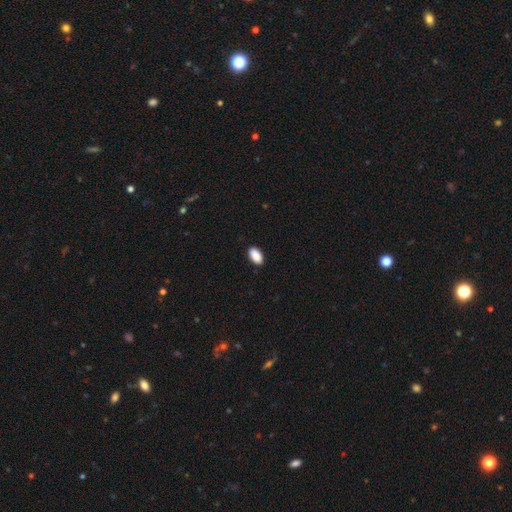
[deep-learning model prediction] smooth_or_featured: smooth (p=0.90) [alt: star or artifact p=0.07]
how_rounded: in between (p=0.94) [alt: round p=0.03]
merging: none (p=0.89) [alt: minor disturbance p=0.08]